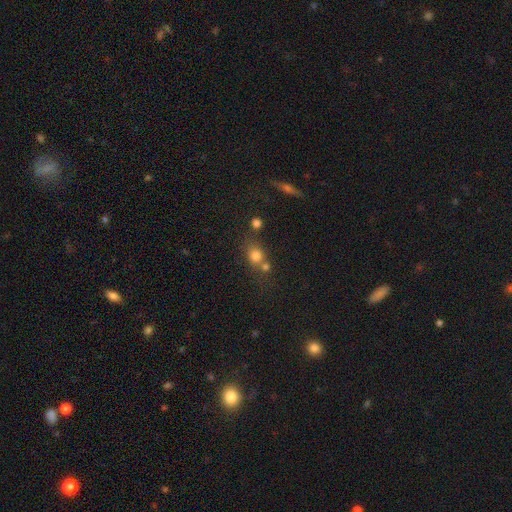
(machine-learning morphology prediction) smooth_or_featured: smooth (p=0.75) [alt: star or artifact p=0.14]
how_rounded: round (p=0.71) [alt: in between p=0.27]
merging: none (p=0.50) [alt: merger p=0.33]